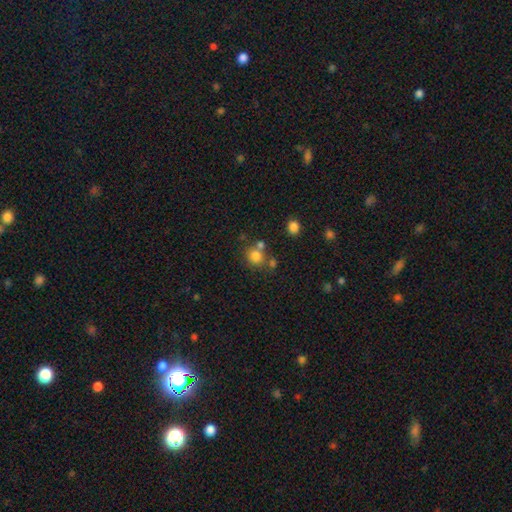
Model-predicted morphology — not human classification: Smooth or featured?
  - smooth: 78% *
  - star or artifact: 13%
  - featured or disk: 9%
How rounded?
  - round: 83% *
  - in between: 16%
  - cigar-shaped: 1%
Merging?
  - none: 62% *
  - merger: 23%
  - minor disturbance: 10%
  - major disturbance: 4%